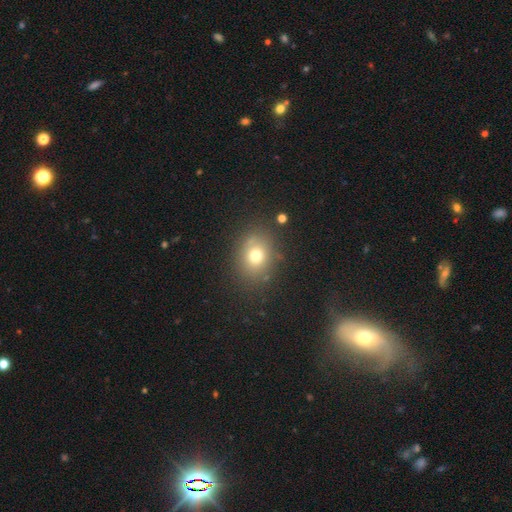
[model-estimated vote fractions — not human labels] Smooth or featured?
  - smooth: 72% *
  - star or artifact: 15%
  - featured or disk: 13%
How rounded?
  - round: 52% *
  - in between: 47%
  - cigar-shaped: 1%
Merging?
  - none: 80% *
  - minor disturbance: 12%
  - major disturbance: 5%
  - merger: 3%